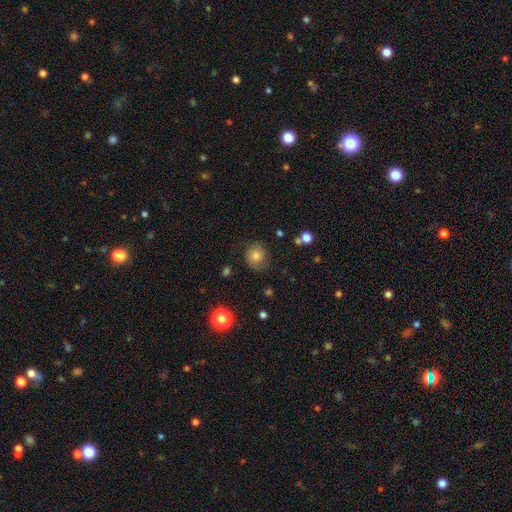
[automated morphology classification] Smooth or featured: smooth — 68% (featured or disk — 21%)
How rounded: round — 83% (in between — 16%)
Merging: none — 72% (minor disturbance — 19%)